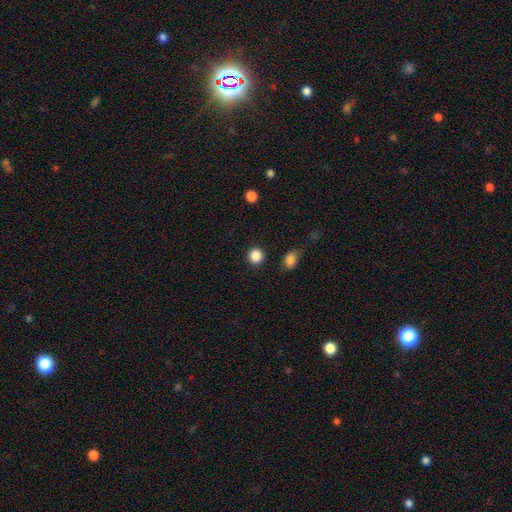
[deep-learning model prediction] Morphology: type=smooth (87%); roundness=round (90%); merging=none (90%).